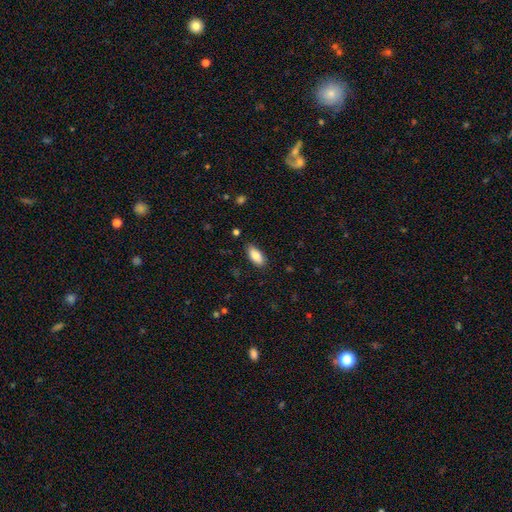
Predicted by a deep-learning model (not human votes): smooth 82%, featured or disk 12%, star or artifact 7%. Down the decision tree: how rounded — in between (89%); merging — none (85%).